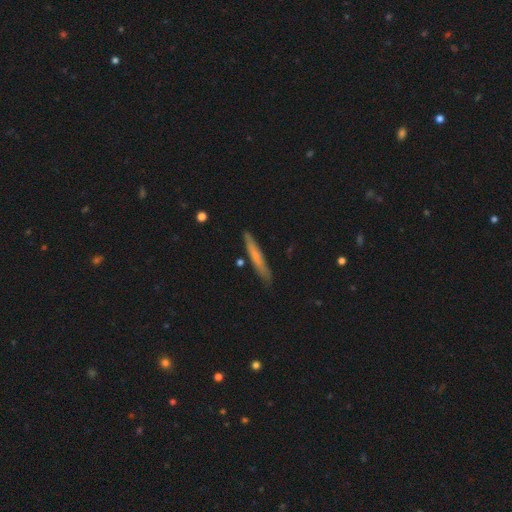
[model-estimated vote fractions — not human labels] A smooth galaxy with no disk features (61%) that is cigar-shaped (95%). Merging: none (85%).